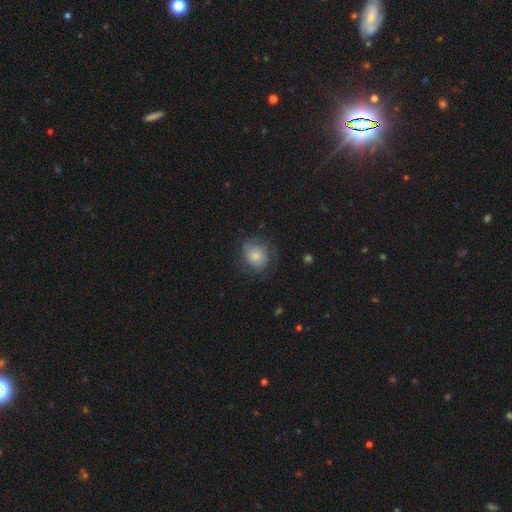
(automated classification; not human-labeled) smooth-or-featured: smooth: 56% | featured or disk: 37% | star or artifact: 8%
  how-rounded: round: 73% | in between: 26% | cigar-shaped: 1%
  merging: none: 60% | minor disturbance: 23% | major disturbance: 16% | merger: 1%